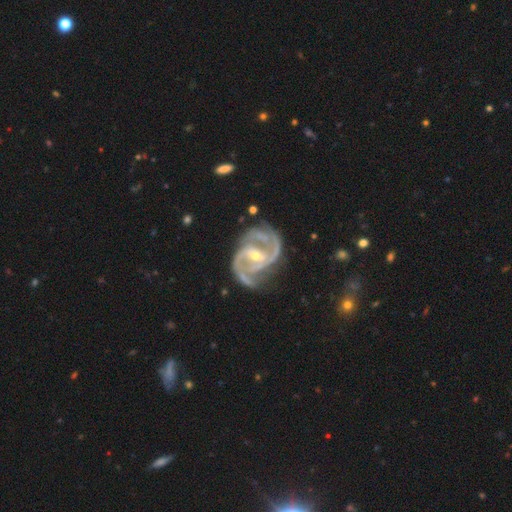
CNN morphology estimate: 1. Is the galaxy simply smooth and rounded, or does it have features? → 93% featured or disk, 4% star or artifact, 2% smooth.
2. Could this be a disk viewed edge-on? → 98% no, 2% yes.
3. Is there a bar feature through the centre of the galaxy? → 40% strong, 38% weak, 22% no.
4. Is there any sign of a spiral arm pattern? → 98% yes, 2% no.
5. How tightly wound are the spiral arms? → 59% medium, 28% tight, 13% loose.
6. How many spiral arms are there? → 64% 2, 21% 3, 5% can't tell, 4% 4, 3% 1, 3% more than 4.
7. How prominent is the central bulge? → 63% small, 34% moderate, 1% large, 1% none, 1% dominant.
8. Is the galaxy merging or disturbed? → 66% none, 21% minor disturbance, 11% major disturbance, 2% merger.